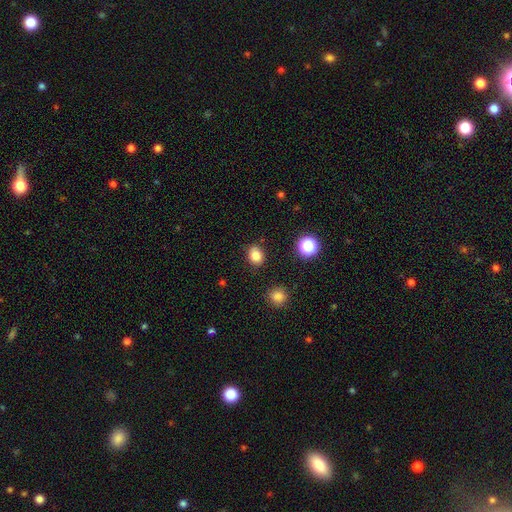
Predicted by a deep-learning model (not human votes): This is clearly a smooth galaxy (83%). How rounded: possibly round (56%). Merging: clearly none (84%).